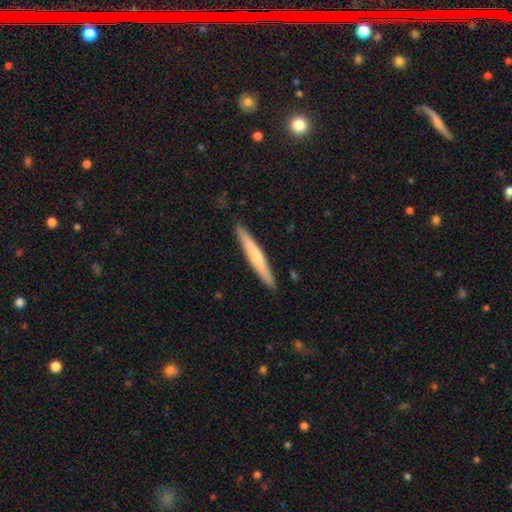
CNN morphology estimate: The model was most divided on "smooth or featured": smooth: 56%, featured or disk: 39%, star or artifact: 5%. More confident: how rounded — cigar-shaped (96%); merging — none (90%).